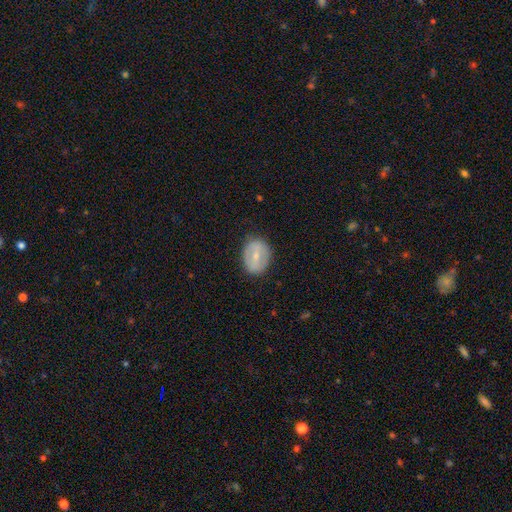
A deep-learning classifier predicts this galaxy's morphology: smooth_or_featured: featured or disk (p=0.47) [alt: smooth p=0.46]
merging: none (p=0.82) [alt: minor disturbance p=0.13]